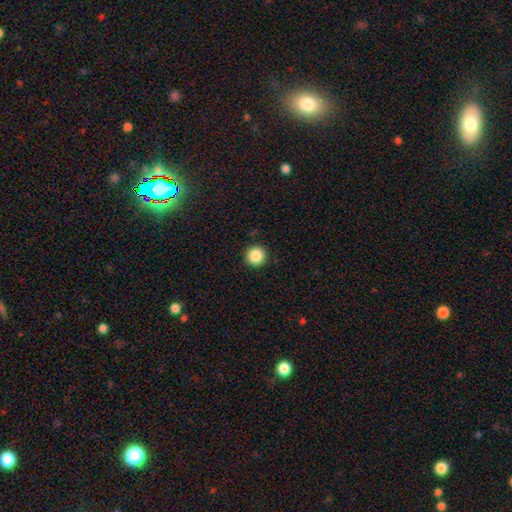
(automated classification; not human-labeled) Q: Smooth or featured?
A: smooth (87%); runner-up: star or artifact (10%)
Q: How rounded?
A: round (96%); runner-up: in between (3%)
Q: Merging?
A: none (93%); runner-up: minor disturbance (5%)